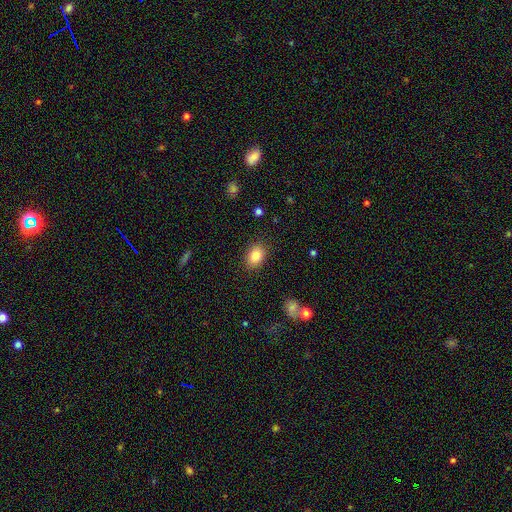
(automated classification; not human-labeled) Q: Smooth or featured?
A: smooth (85%); runner-up: star or artifact (9%)
Q: How rounded?
A: in between (77%); runner-up: round (22%)
Q: Merging?
A: none (86%); runner-up: minor disturbance (10%)